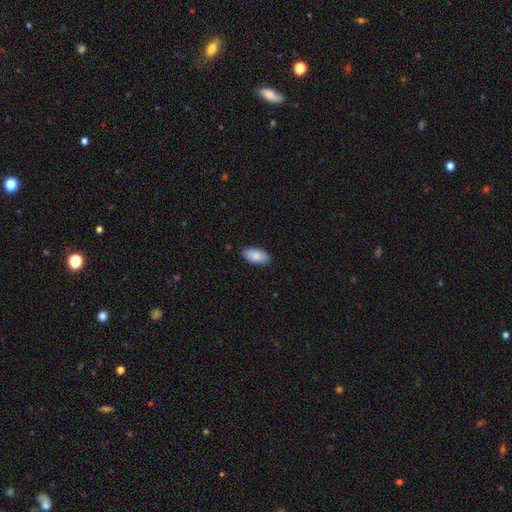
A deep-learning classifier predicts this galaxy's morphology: Smooth or featured?
  - smooth: 88% *
  - featured or disk: 6%
  - star or artifact: 6%
How rounded?
  - in between: 94% *
  - cigar-shaped: 4%
  - round: 2%
Merging?
  - none: 88% *
  - minor disturbance: 9%
  - major disturbance: 2%
  - merger: 1%